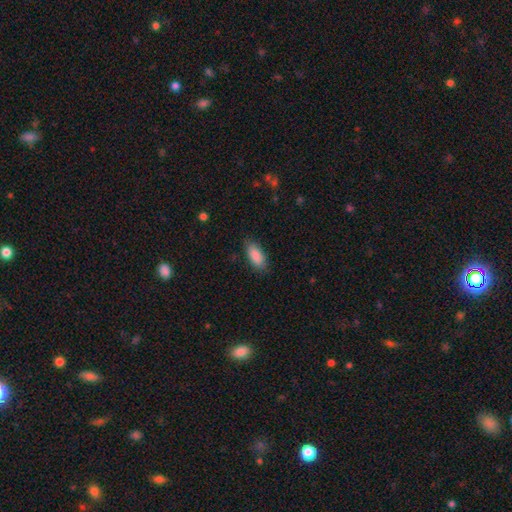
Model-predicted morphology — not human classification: A smooth galaxy with no disk features (88%) that is in between round and cigar-shaped (83%).

Vote fractions:
- Smooth or featured? smooth: 88% / star or artifact: 6% / featured or disk: 6%
- How rounded? in between: 83% / cigar-shaped: 15% / round: 2%
- Merging? none: 84% / minor disturbance: 12% / major disturbance: 3% / merger: 1%